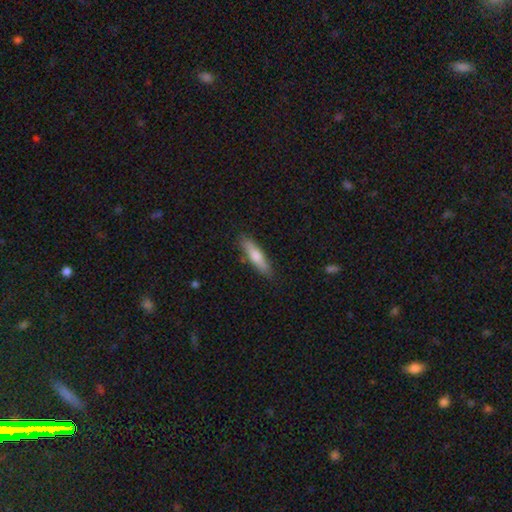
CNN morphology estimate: Q: Smooth or featured?
A: smooth (65%); runner-up: featured or disk (29%)
Q: How rounded?
A: cigar-shaped (80%); runner-up: in between (19%)
Q: Merging?
A: none (86%); runner-up: minor disturbance (11%)